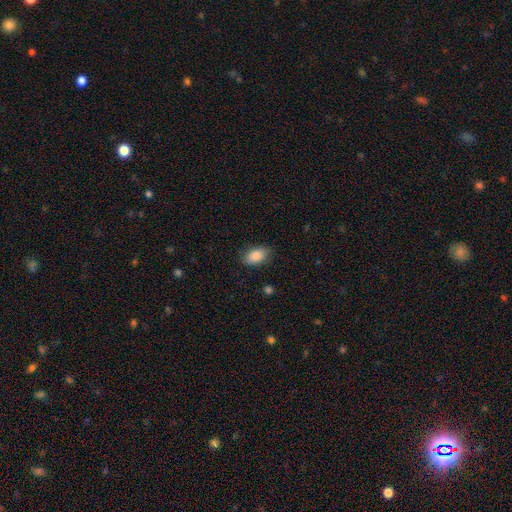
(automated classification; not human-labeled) This is clearly a smooth galaxy (87%). How rounded: clearly in between (91%). Merging: clearly none (84%).